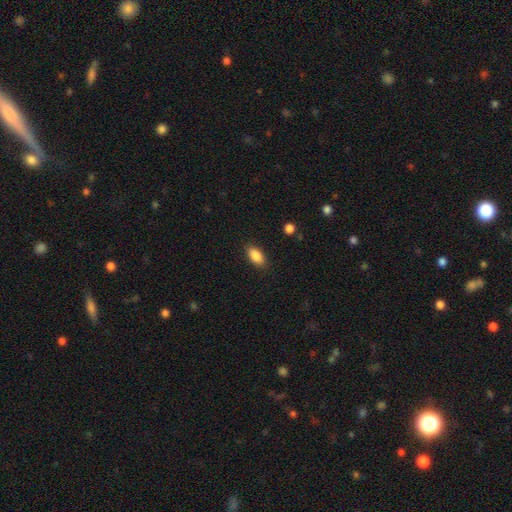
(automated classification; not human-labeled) Smooth or featured?
  - smooth: 88% *
  - star or artifact: 7%
  - featured or disk: 5%
How rounded?
  - in between: 91% *
  - cigar-shaped: 5%
  - round: 4%
Merging?
  - none: 87% *
  - minor disturbance: 9%
  - major disturbance: 2%
  - merger: 1%